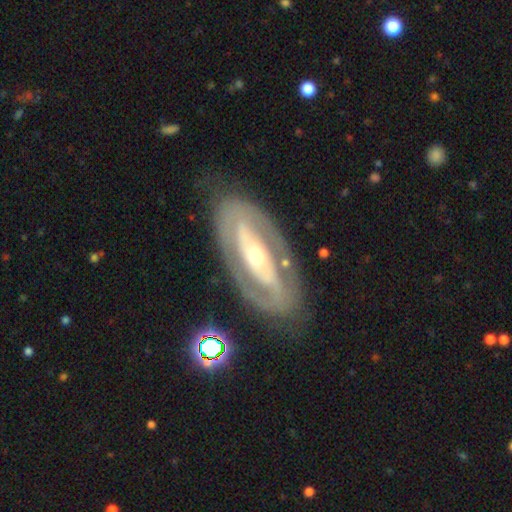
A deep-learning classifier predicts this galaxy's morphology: Q: Smooth or featured?
A: featured or disk (82%); runner-up: smooth (14%)
Q: Edge-on disk?
A: no (92%); runner-up: yes (8%)
Q: Bar?
A: no (39%); tied with: strong (39%)
Q: Spiral arms?
A: yes (63%); runner-up: no (37%)
Q: Bulge size?
A: moderate (55%); runner-up: small (38%)
Q: Merging?
A: none (76%); runner-up: minor disturbance (14%)